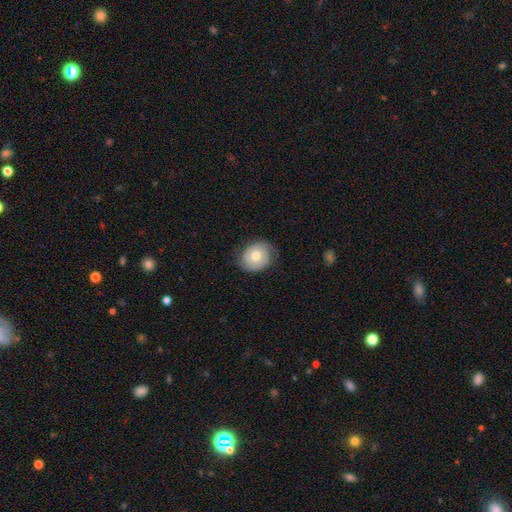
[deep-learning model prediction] This is possibly a featured or disk galaxy (48%). Merging: likely none (71%).